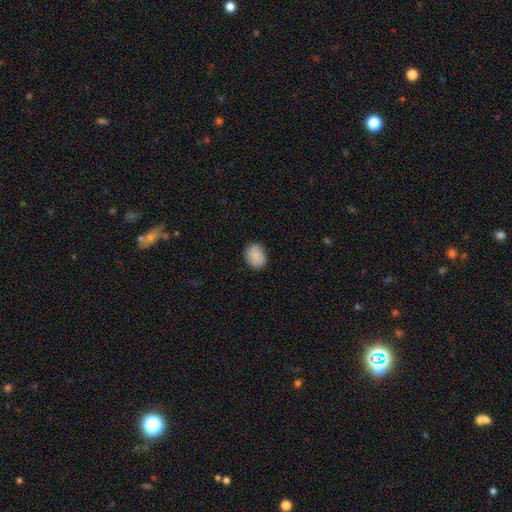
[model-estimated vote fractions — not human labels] Smooth or featured? Predicted: smooth (p=0.88). How rounded? Predicted: in between (p=0.52). Merging? Predicted: none (p=0.86).